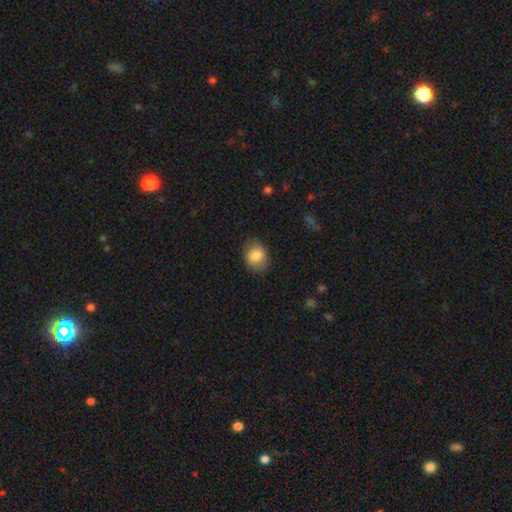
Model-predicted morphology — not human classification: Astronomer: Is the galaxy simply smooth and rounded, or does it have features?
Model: smooth — 81%.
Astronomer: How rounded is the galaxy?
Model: in between — 56% (runner-up: round, 43%).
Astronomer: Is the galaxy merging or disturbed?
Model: none — 80%.